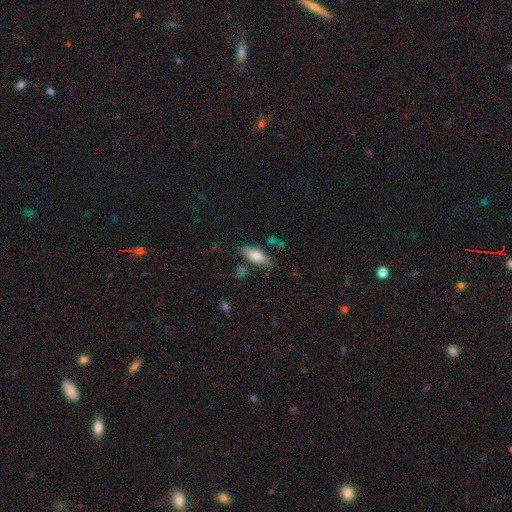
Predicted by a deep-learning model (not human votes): This is likely a smooth galaxy (74%). How rounded: likely in between (78%). Merging: likely none (66%).